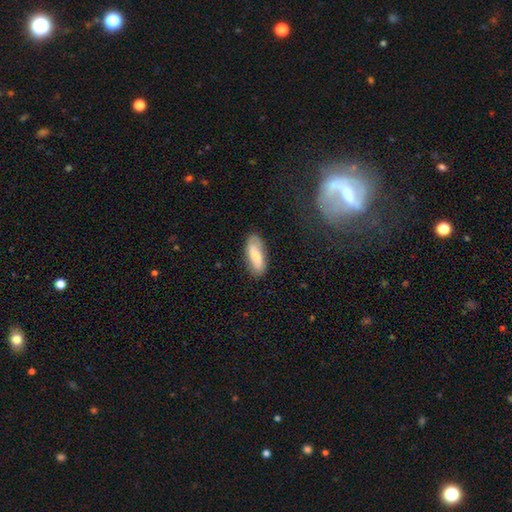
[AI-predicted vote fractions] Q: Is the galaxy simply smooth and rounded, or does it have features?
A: smooth — 61%.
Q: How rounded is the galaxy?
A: in between — 77%.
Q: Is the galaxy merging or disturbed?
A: none — 81%.